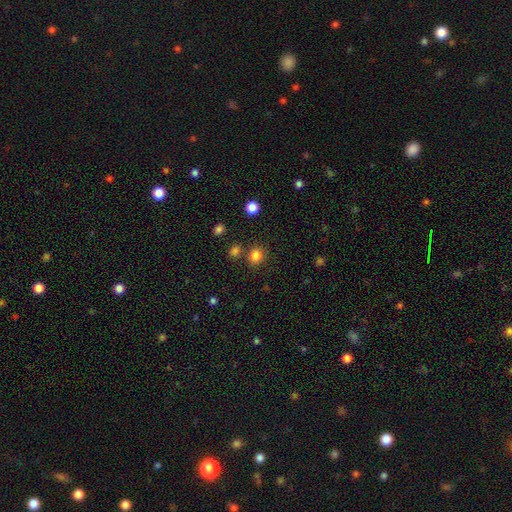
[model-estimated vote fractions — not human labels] Smooth or featured? Predicted: smooth (p=0.83). How rounded? Predicted: round (p=0.72). Merging? Predicted: none (p=0.80).